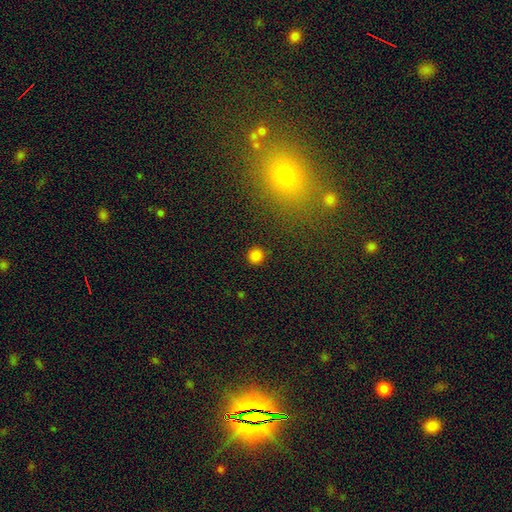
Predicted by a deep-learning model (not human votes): smooth_or_featured: smooth (p=0.84) [alt: star or artifact p=0.13]
how_rounded: round (p=0.95) [alt: in between p=0.04]
merging: none (p=0.92) [alt: minor disturbance p=0.05]